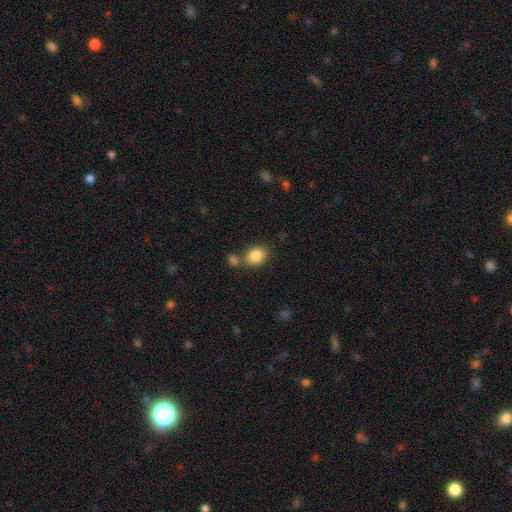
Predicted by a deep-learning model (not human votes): The model was most divided on "how rounded": in between: 66%, round: 33%, cigar-shaped: 1%. More confident: smooth or featured — smooth (85%); merging — none (65%).